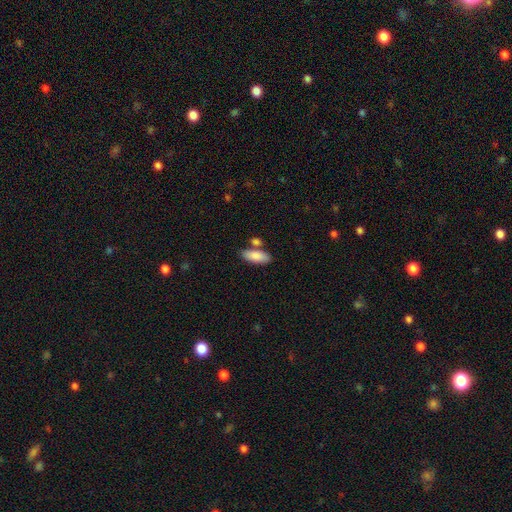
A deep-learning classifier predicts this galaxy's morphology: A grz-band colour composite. It shows a smooth galaxy with no disk features (85%) that is in between round and cigar-shaped (81%). Merging: none (68%).